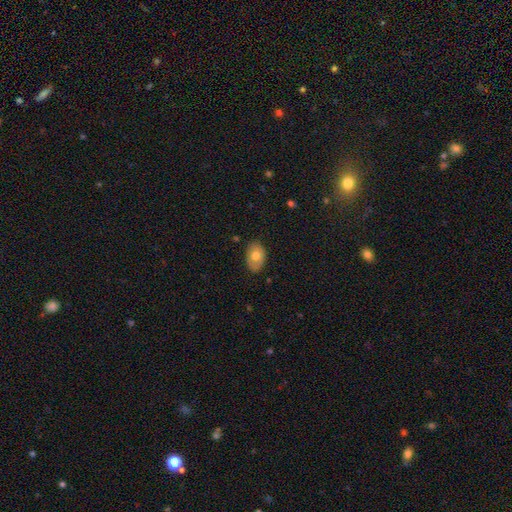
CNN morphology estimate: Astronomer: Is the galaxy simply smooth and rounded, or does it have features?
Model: smooth — 67%.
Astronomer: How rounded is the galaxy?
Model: in between — 85%.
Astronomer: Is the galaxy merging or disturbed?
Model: none — 78%.